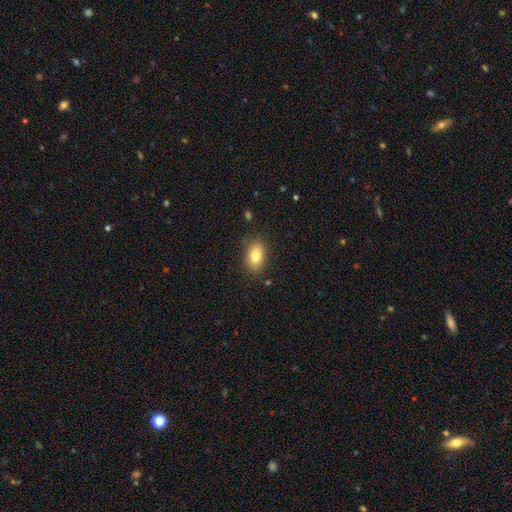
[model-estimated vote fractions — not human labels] Smooth or featured? smooth (81%)
How rounded? in between (85%)
Merging? none (83%)